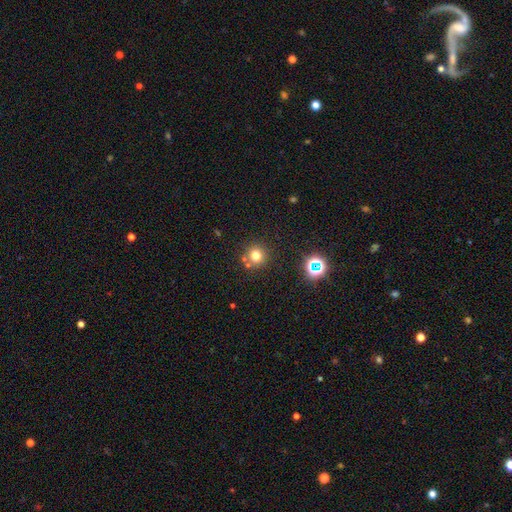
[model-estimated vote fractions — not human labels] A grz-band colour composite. It shows a smooth galaxy with no disk features (74%) that is round (93%). Merging: none (78%).